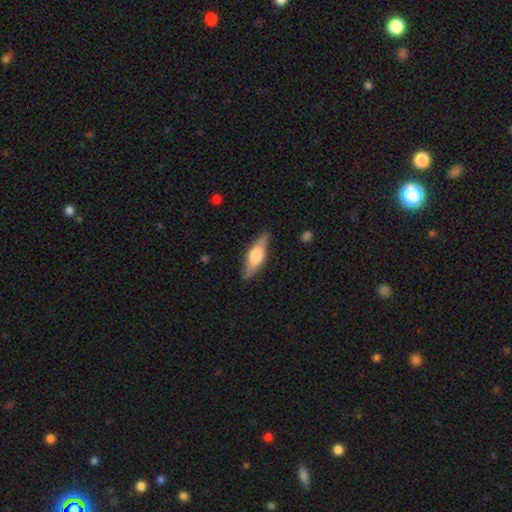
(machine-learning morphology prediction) Overall: featured or disk (52%; smooth 43%). Edge-on disk: yes (92%). Merging: none (85%).